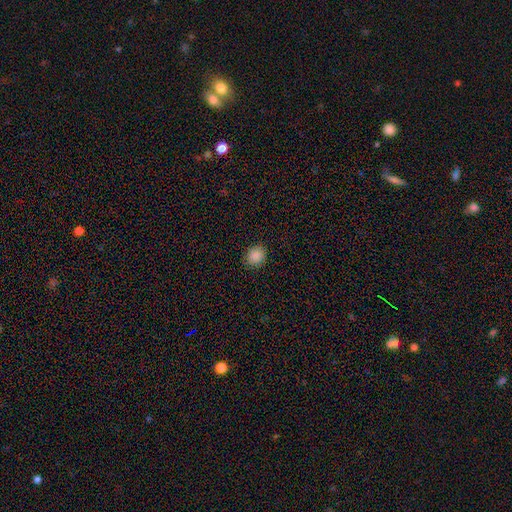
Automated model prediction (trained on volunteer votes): This appears to be a smooth galaxy with no disk features (88%) that is round (75%). Merging: none (89%).